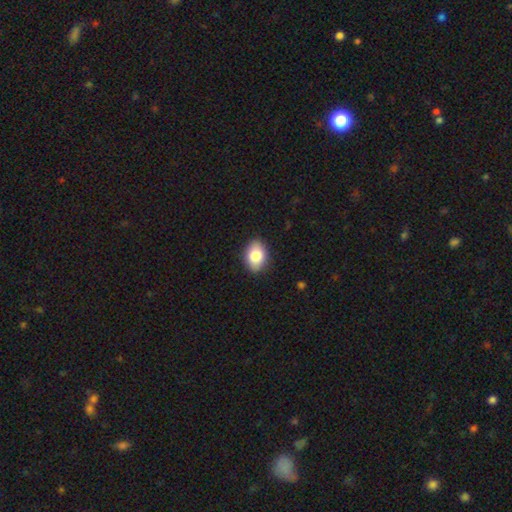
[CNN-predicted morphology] Smooth or featured? Predicted: smooth (p=0.81). How rounded? Predicted: in between (p=0.79). Merging? Predicted: none (p=0.88).